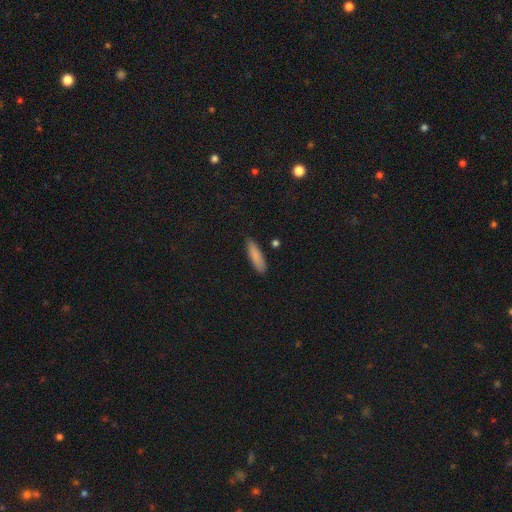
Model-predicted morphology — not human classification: smooth-or-featured: smooth: 84% | featured or disk: 9% | star or artifact: 7%
  how-rounded: cigar-shaped: 68% | in between: 30% | round: 2%
  merging: none: 86% | minor disturbance: 10% | major disturbance: 2% | merger: 2%